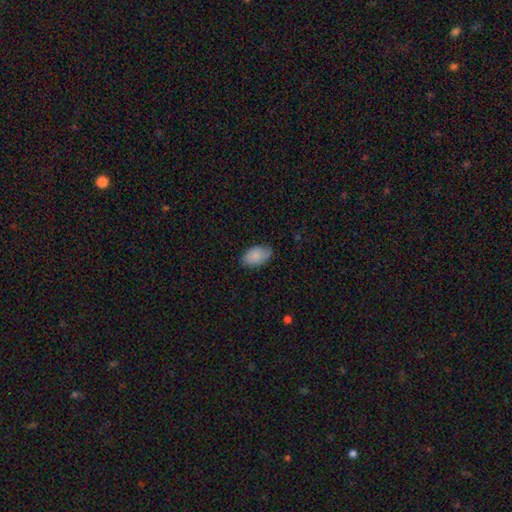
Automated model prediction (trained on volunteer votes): A smooth galaxy with no disk features (85%) that is in between round and cigar-shaped (93%). Merging: none (78%).